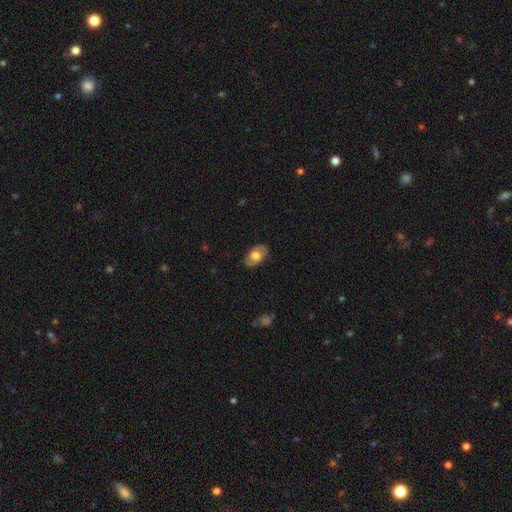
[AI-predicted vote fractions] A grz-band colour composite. It shows a smooth galaxy with no disk features (60%) that is in between round and cigar-shaped (90%). Merging: none (81%).